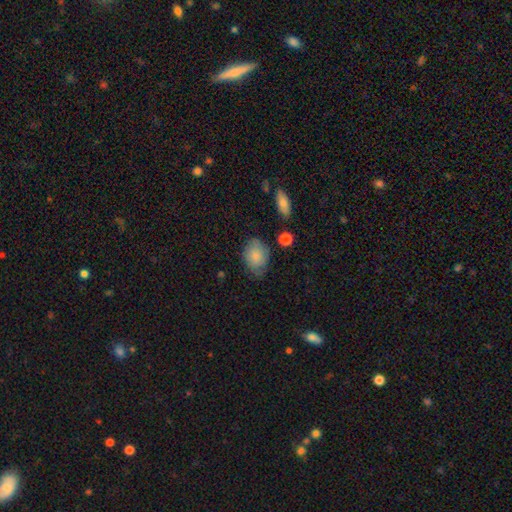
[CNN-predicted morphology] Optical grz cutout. It shows a smooth galaxy with no disk features (80%) that is in between round and cigar-shaped (67%). Merging: none (64%).